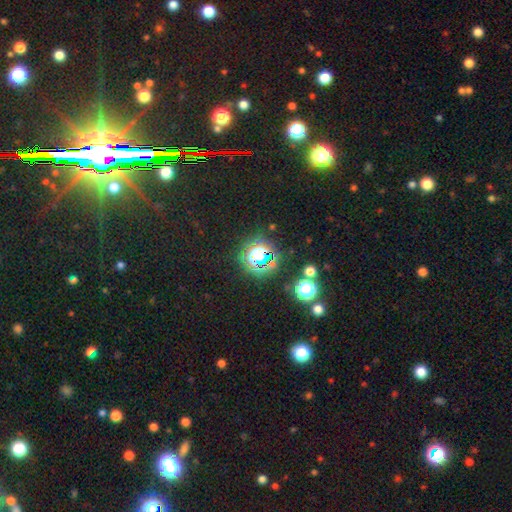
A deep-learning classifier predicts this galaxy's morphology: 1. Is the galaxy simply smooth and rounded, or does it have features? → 61% star or artifact, 28% smooth, 10% featured or disk.